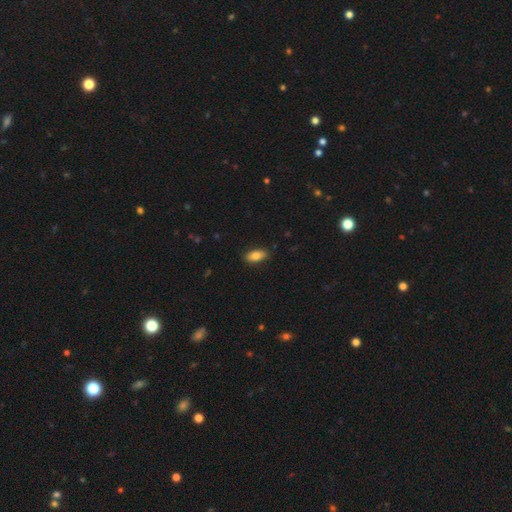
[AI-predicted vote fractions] A smooth galaxy with no disk features (82%) that is in between round and cigar-shaped (89%). Merging: none (88%).